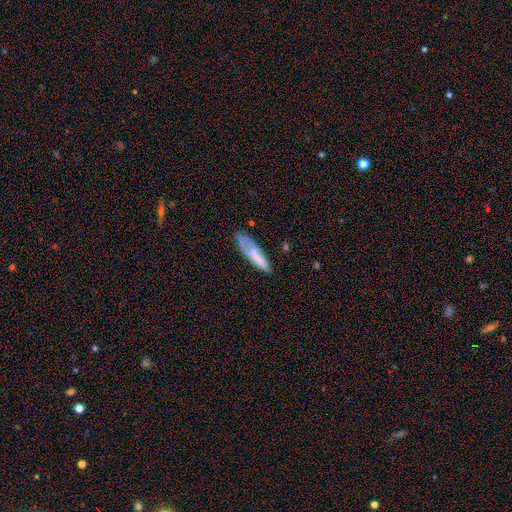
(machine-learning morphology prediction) Q: Smooth or featured?
A: smooth (64%); runner-up: featured or disk (28%)
Q: How rounded?
A: cigar-shaped (68%); runner-up: in between (30%)
Q: Merging?
A: none (53%); runner-up: minor disturbance (28%)